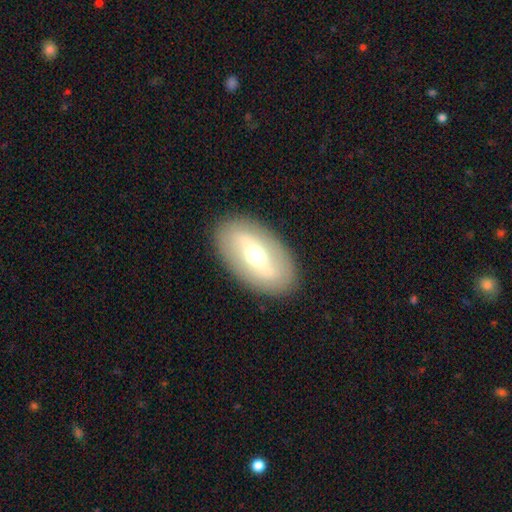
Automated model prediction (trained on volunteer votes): Smooth or featured? featured or disk (49%)
Merging? none (86%)